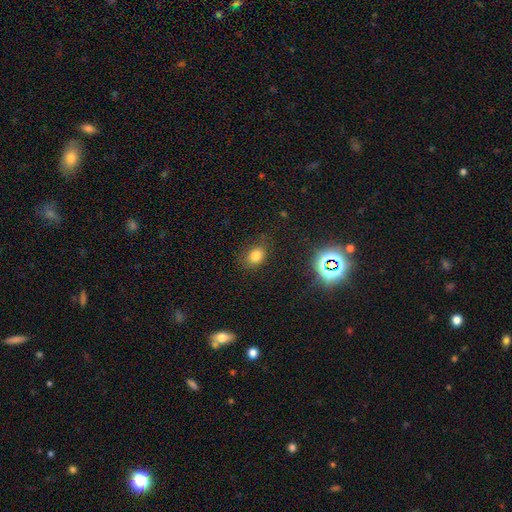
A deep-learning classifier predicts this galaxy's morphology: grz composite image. It shows a smooth galaxy with no disk features (77%) that is in between round and cigar-shaped (64%). Merging: none (77%).